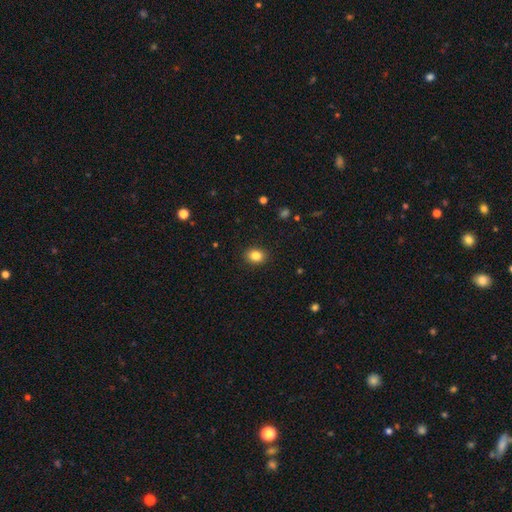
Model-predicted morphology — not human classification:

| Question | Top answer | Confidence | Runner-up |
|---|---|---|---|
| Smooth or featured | smooth | 85% | star or artifact (10%) |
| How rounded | in between | 55% | round (44%) |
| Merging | none | 90% | minor disturbance (7%) |